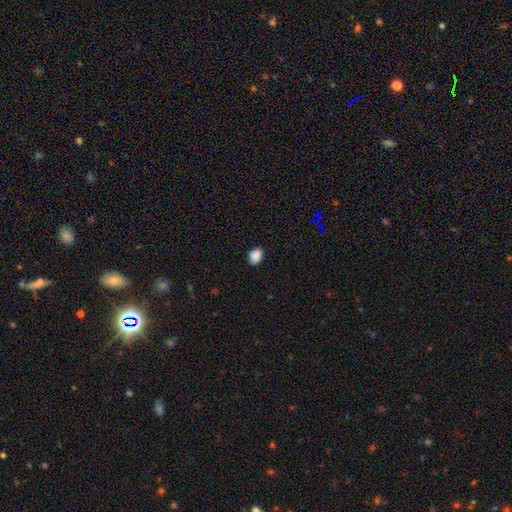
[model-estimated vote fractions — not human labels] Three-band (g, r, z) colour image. It shows a smooth galaxy with no disk features (88%) that is in between round and cigar-shaped (70%). Merging: none (86%).